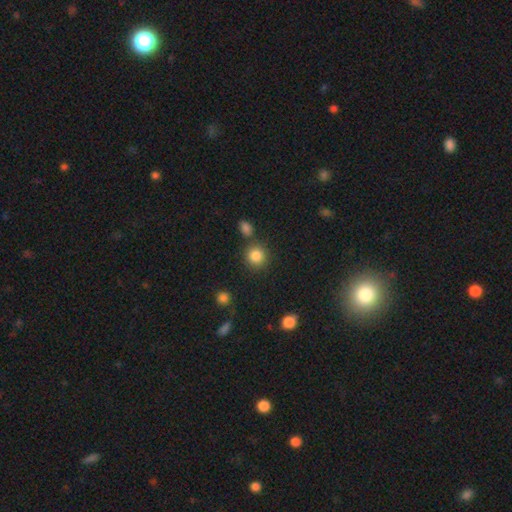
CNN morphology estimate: A smooth galaxy with no disk features (85%) that is round (89%). Merging: none (77%).